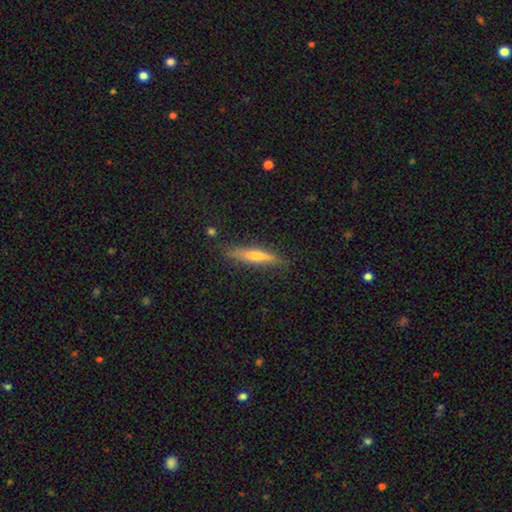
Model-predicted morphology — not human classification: This appears to be a featured or disk galaxy (52%) viewed edge-on (93%). Merging: none (87%).